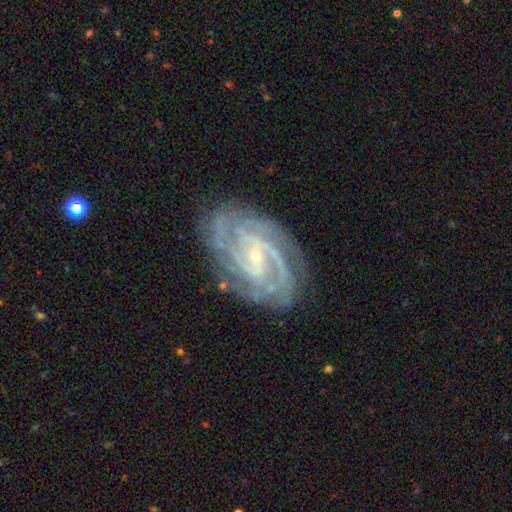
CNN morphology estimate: smooth-or-featured: featured or disk: 91% | star or artifact: 5% | smooth: 4%
  disk-edge-on: no: 97% | yes: 3%
    bar: no: 51% | weak: 34% | strong: 14%
    has-spiral-arms: yes: 98% | no: 2%
      spiral-winding: tight: 67% | medium: 29% | loose: 5%
      spiral-arm-count: 2: 26% (tied) | 3: 26% (tied) | can't tell: 18% | 4: 16% | more than 4: 7% | 1: 6%
    bulge-size: small: 81% | moderate: 15% | none: 1% | large: 1% | dominant: 1%
  merging: none: 78% | minor disturbance: 16% | major disturbance: 5% | merger: 1%